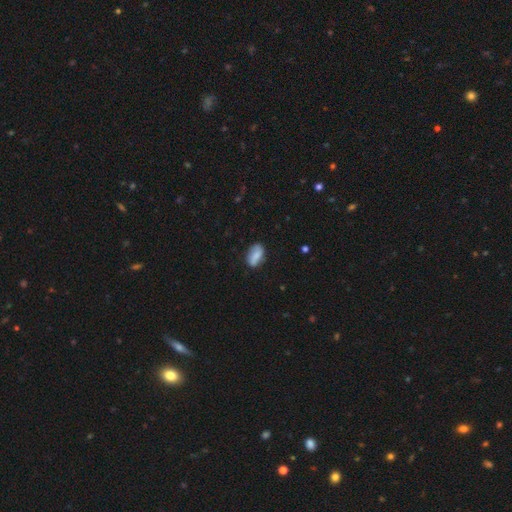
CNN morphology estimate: smooth-or-featured: smooth: 70% | featured or disk: 23% | star or artifact: 8%
  how-rounded: in between: 89% | round: 6% | cigar-shaped: 4%
  merging: none: 76% | minor disturbance: 18% | major disturbance: 4% | merger: 2%